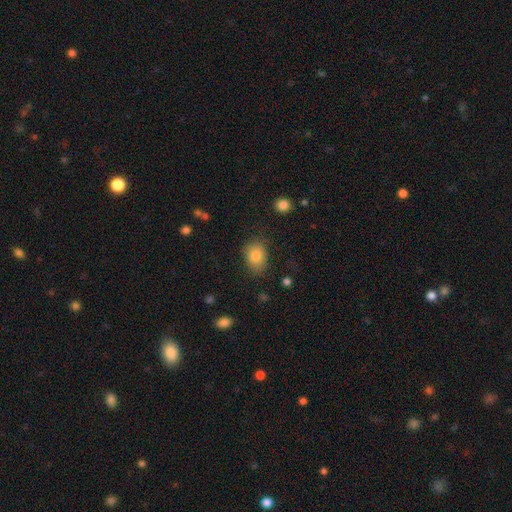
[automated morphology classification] The model was most divided on "how rounded": in between: 67%, round: 32%, cigar-shaped: 1%. More confident: smooth or featured — smooth (84%); merging — none (76%).